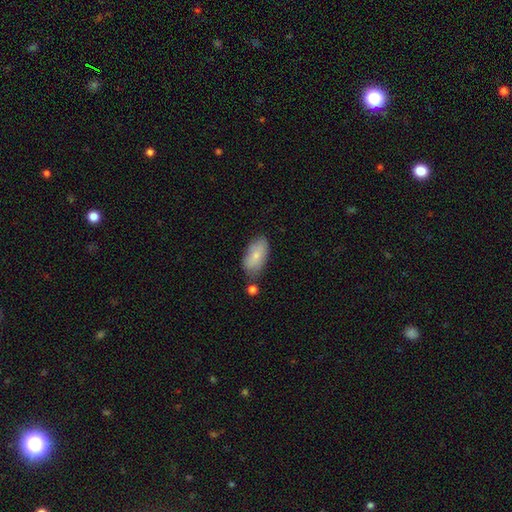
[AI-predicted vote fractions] Smooth or featured: smooth — 77% (featured or disk — 16%)
How rounded: in between — 93% (round — 4%)
Merging: none — 66% (minor disturbance — 22%)